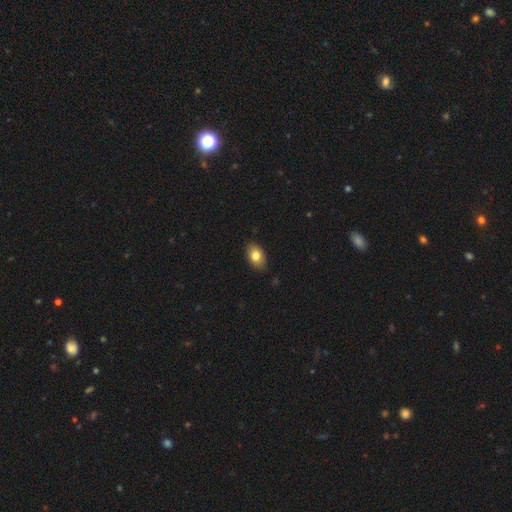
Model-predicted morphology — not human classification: smooth-or-featured: smooth: 81% | featured or disk: 11% | star or artifact: 8%
  how-rounded: in between: 87% | round: 11% | cigar-shaped: 1%
  merging: none: 87% | minor disturbance: 10% | major disturbance: 2% | merger: 1%